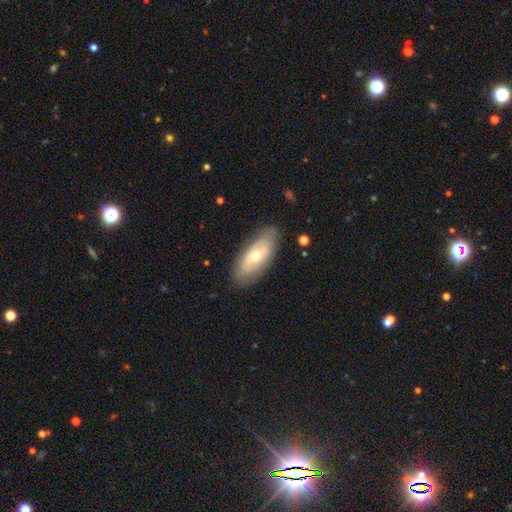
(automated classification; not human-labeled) Smooth or featured: featured or disk — 48% (smooth — 46%)
Merging: none — 81% (minor disturbance — 14%)